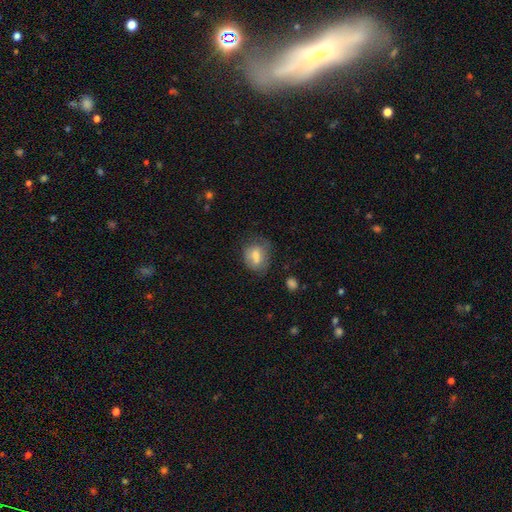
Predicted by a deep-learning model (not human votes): Morphology: type=smooth (70%); roundness=in between (57%); merging=none (55%).